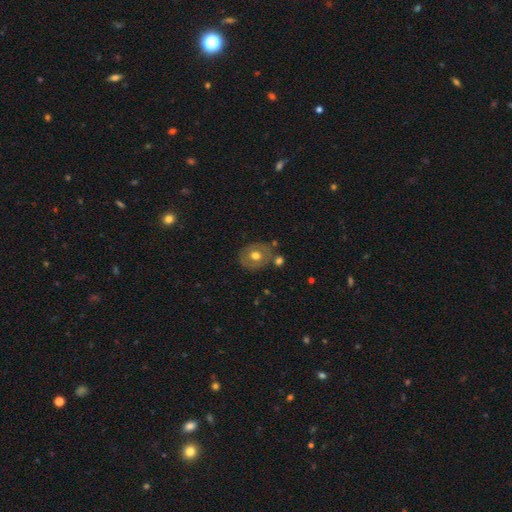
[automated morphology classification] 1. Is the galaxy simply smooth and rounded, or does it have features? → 52% smooth, 40% featured or disk, 8% star or artifact.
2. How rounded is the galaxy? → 60% round, 39% in between, 1% cigar-shaped.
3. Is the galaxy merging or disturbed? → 73% none, 14% minor disturbance, 8% merger, 5% major disturbance.